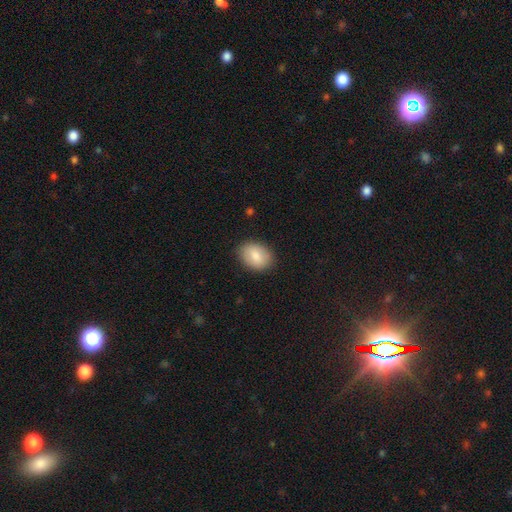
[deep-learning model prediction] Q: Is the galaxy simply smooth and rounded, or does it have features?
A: smooth — 82%.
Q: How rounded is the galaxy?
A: in between — 72%.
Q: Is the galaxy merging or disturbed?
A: none — 86%.